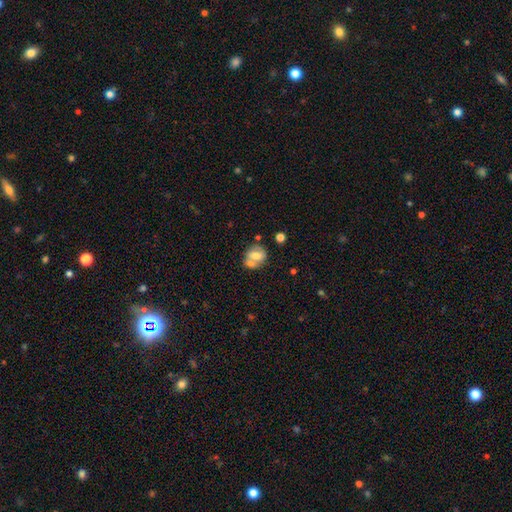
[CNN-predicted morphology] A smooth galaxy with no disk features (55%) that is round (51%).

Vote fractions:
- Smooth or featured? smooth: 55% / featured or disk: 36% / star or artifact: 9%
- How rounded? round: 51% / in between: 47% / cigar-shaped: 2%
- Merging? merger: 40% (tied) / none: 40% (tied) / minor disturbance: 13% / major disturbance: 6%